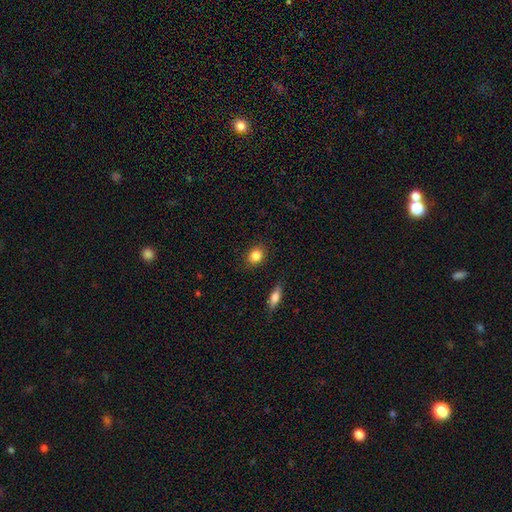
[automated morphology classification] smooth 85%, star or artifact 9%, featured or disk 6%. Down the decision tree: how rounded — round (62%); merging — none (87%).